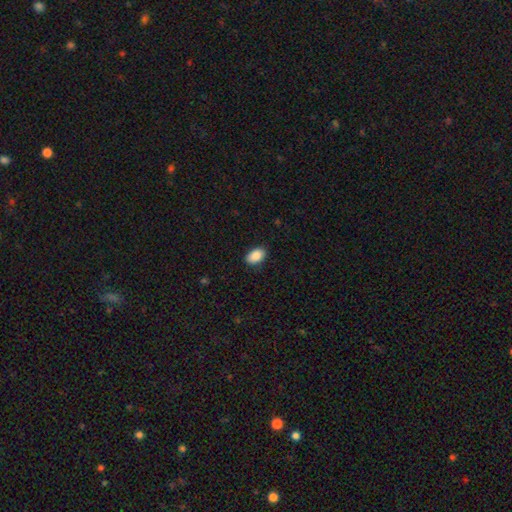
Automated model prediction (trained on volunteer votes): The model was most divided on "merging": none: 89%, minor disturbance: 9%, major disturbance: 2%, merger: 1%. More confident: how rounded — in between (93%); smooth or featured — smooth (89%).